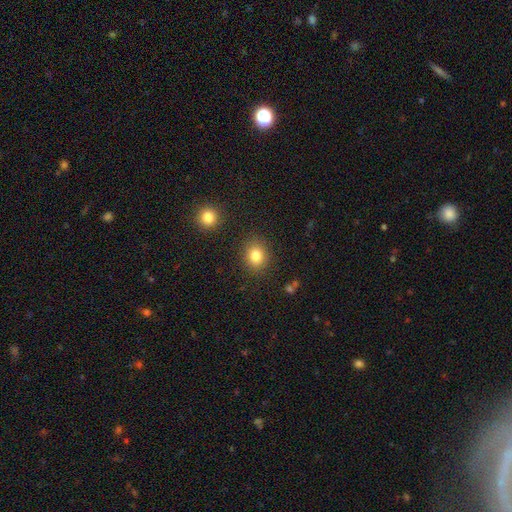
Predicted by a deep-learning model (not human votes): A smooth galaxy with no disk features (82%) that is round (65%).

Vote fractions:
- Smooth or featured? smooth: 82% / star or artifact: 11% / featured or disk: 7%
- How rounded? round: 65% / in between: 35% / cigar-shaped: 1%
- Merging? none: 86% / minor disturbance: 9% / major disturbance: 3% / merger: 2%